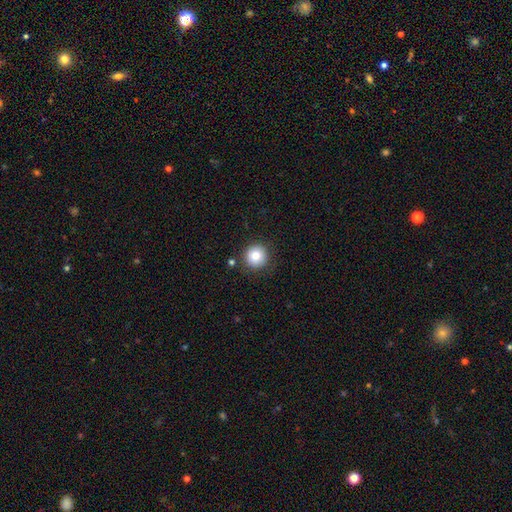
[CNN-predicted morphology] A smooth galaxy with no disk features (81%) that is round (95%). Merging: none (86%).